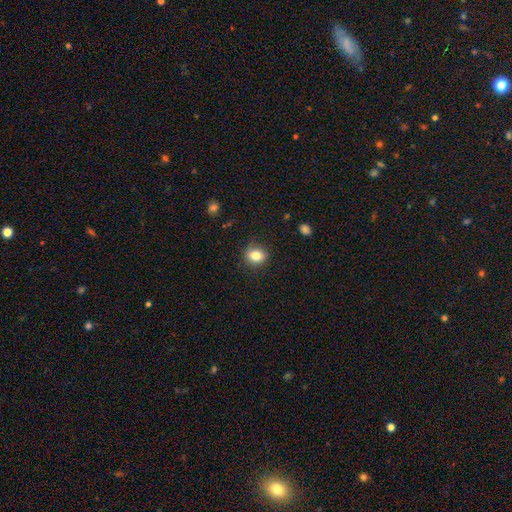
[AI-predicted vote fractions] Smooth or featured? Predicted: smooth (p=0.82). How rounded? Predicted: round (p=0.63). Merging? Predicted: none (p=0.84).